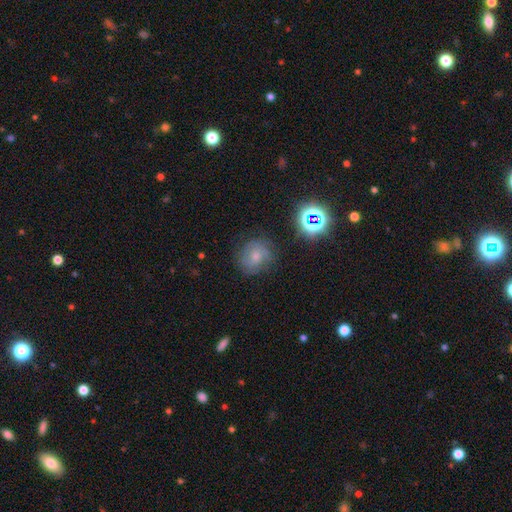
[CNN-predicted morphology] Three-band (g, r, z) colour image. It shows a featured or disk galaxy (46%). Merging: none (74%).